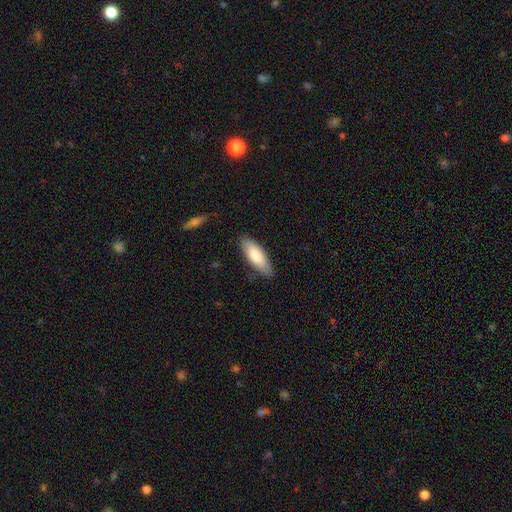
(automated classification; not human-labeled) smooth-or-featured: smooth: 79% | featured or disk: 16% | star or artifact: 5%
  how-rounded: in between: 66% | cigar-shaped: 33% | round: 2%
  merging: none: 83% | minor disturbance: 14% | major disturbance: 2% | merger: 1%